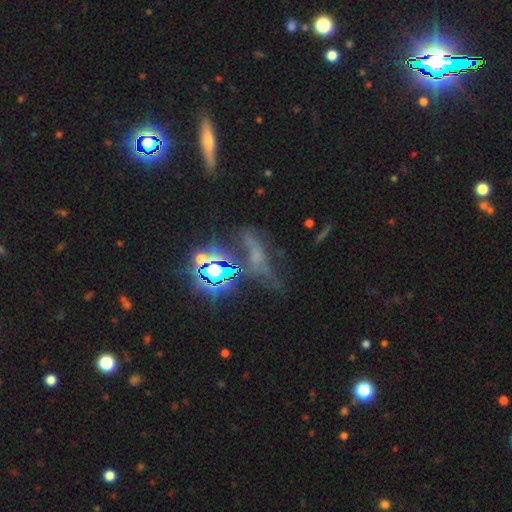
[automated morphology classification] Q: Smooth or featured?
A: star or artifact (44%); runner-up: featured or disk (29%)